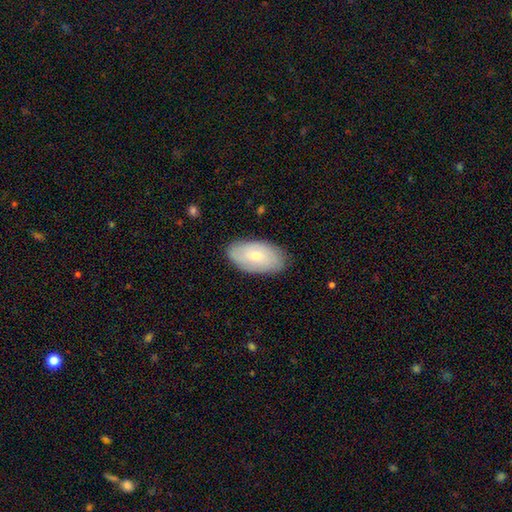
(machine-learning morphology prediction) Q: Smooth or featured?
A: smooth (59%); runner-up: featured or disk (35%)
Q: How rounded?
A: in between (94%); runner-up: round (4%)
Q: Merging?
A: none (83%); runner-up: minor disturbance (13%)